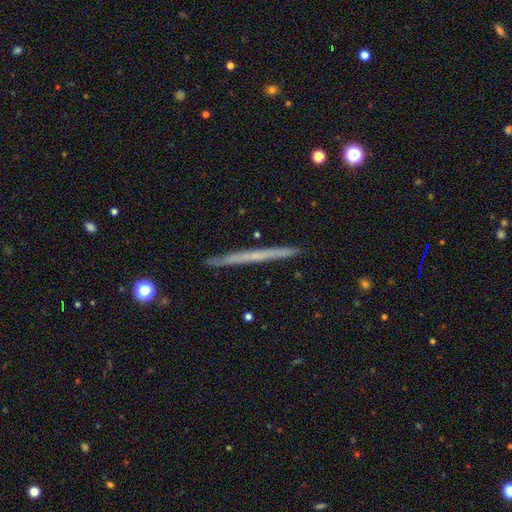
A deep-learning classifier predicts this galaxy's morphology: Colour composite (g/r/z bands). It shows a featured or disk galaxy (51%) viewed edge-on (98%) with no central bulge (91%). Merging: none (92%).